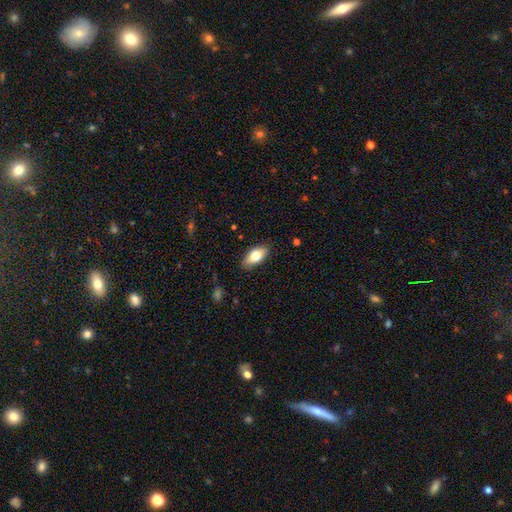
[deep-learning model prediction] smooth-or-featured: smooth: 75% | featured or disk: 18% | star or artifact: 7%
  how-rounded: in between: 89% | cigar-shaped: 8% | round: 4%
  merging: none: 86% | minor disturbance: 11% | major disturbance: 2% | merger: 1%